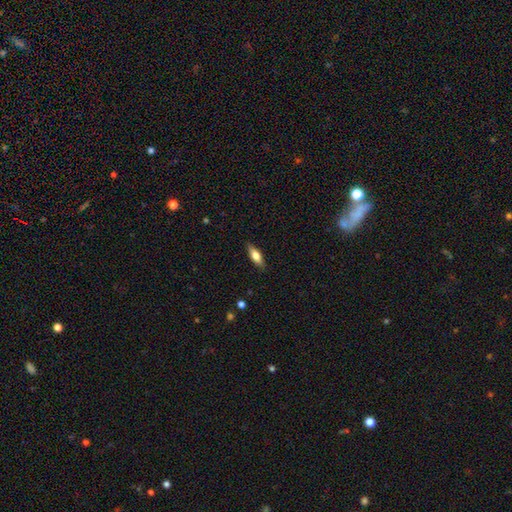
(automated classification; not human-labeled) A smooth galaxy with no disk features (67%) that is in between round and cigar-shaped (59%). Merging: none (87%).